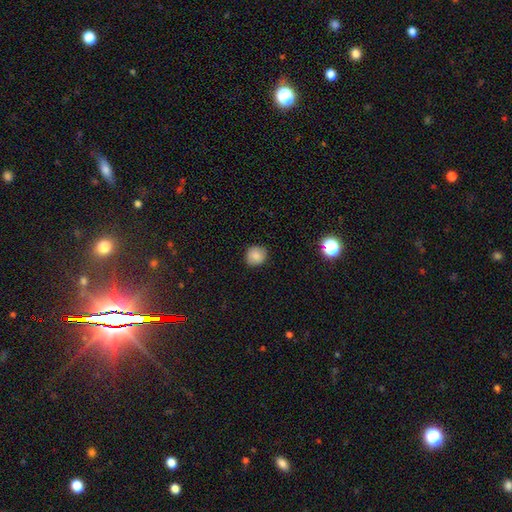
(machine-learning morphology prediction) Q: Smooth or featured?
A: smooth (83%); runner-up: star or artifact (10%)
Q: How rounded?
A: round (85%); runner-up: in between (14%)
Q: Merging?
A: none (85%); runner-up: minor disturbance (11%)